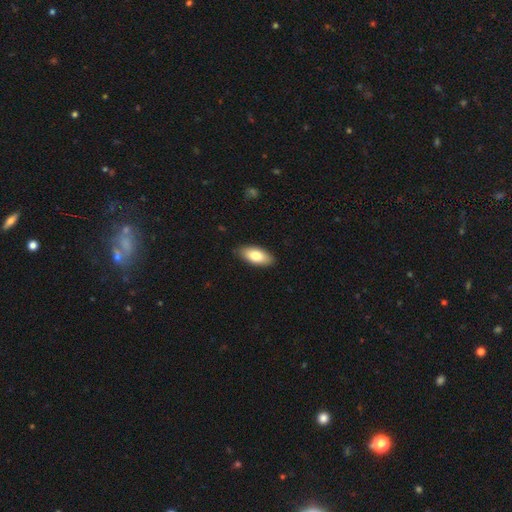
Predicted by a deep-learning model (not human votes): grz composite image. It shows a smooth galaxy with no disk features (81%) that is in between round and cigar-shaped (88%). Merging: none (87%).